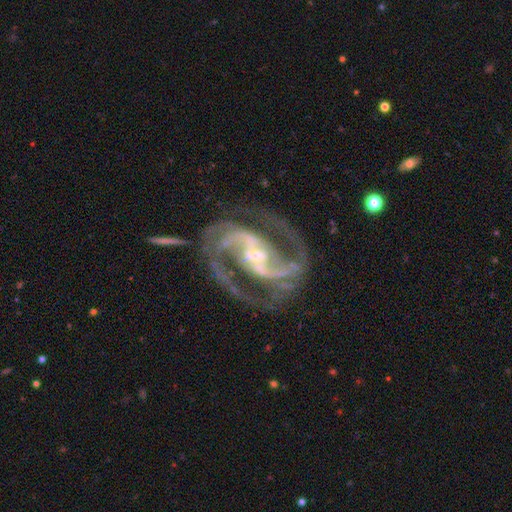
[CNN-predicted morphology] Overall: featured or disk (94%). Edge-on disk: no (98%). Bar: strong (53%; weak 33%). Spiral arms: yes (99%). Spiral arm count: 2 (89%). Spiral winding: medium (67%). Bulge size: small (63%; moderate 32%). Merging: none (74%).